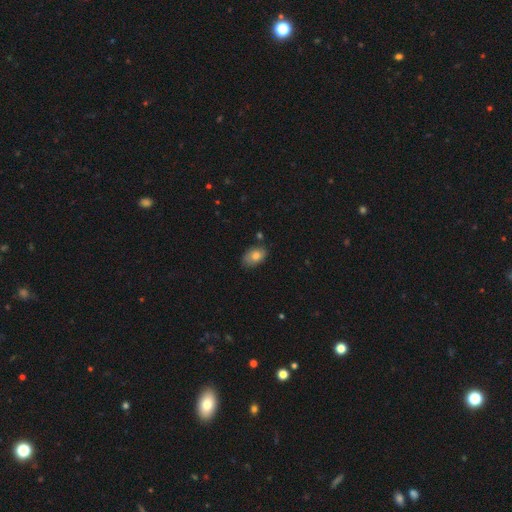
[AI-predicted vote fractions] smooth 80%, featured or disk 12%, star or artifact 9%. Down the decision tree: how rounded — in between (85%); merging — none (72%).